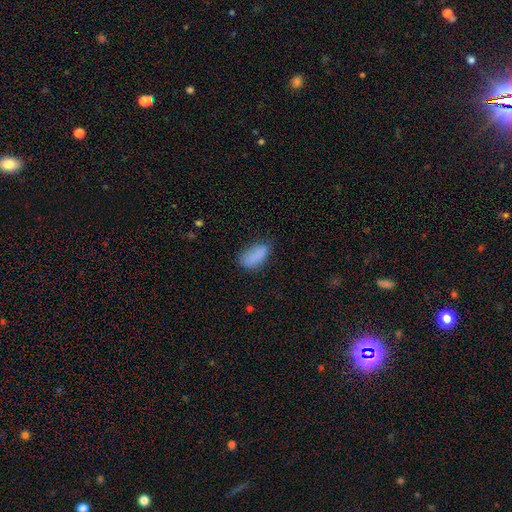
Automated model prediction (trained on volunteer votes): Overall: smooth (85%). How rounded: in between (89%). Merging: none (68%).